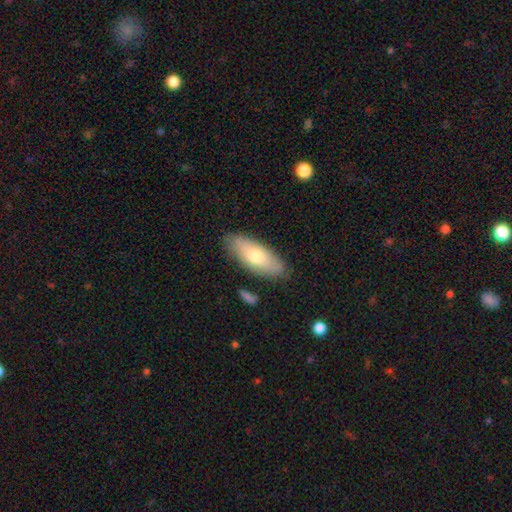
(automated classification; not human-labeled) This is likely a smooth galaxy (68%). How rounded: likely in between (77%). Merging: clearly none (83%).